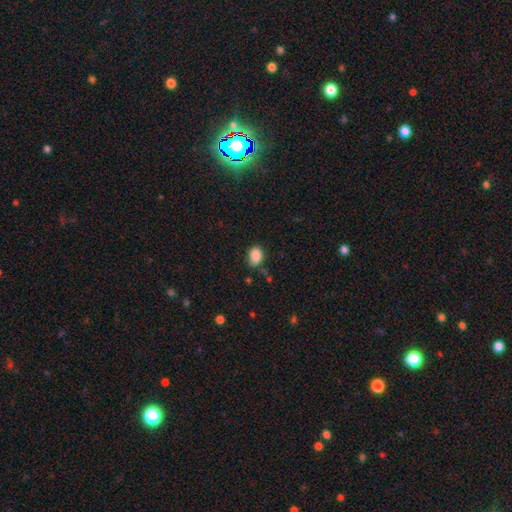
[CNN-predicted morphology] Overall: smooth (88%). How rounded: in between (77%). Merging: none (67%).